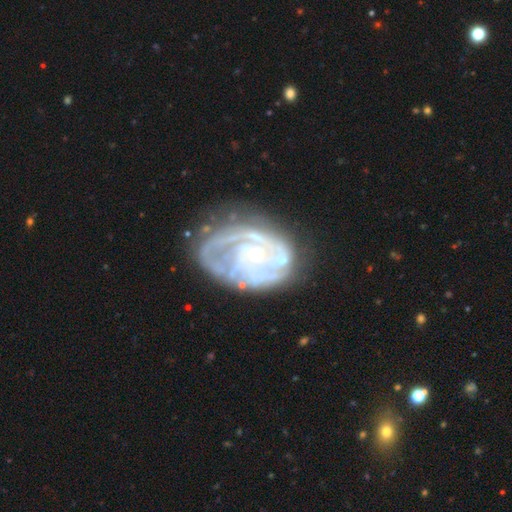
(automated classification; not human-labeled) Overall: featured or disk (85%). Edge-on disk: no (98%). Bar: no (77%). Spiral arms: yes (87%). Spiral arm count: can't tell (34%; 2 22%). Spiral winding: tight (56%; medium 33%). Bulge size: small (74%). Merging: none (52%; minor disturbance 24%).